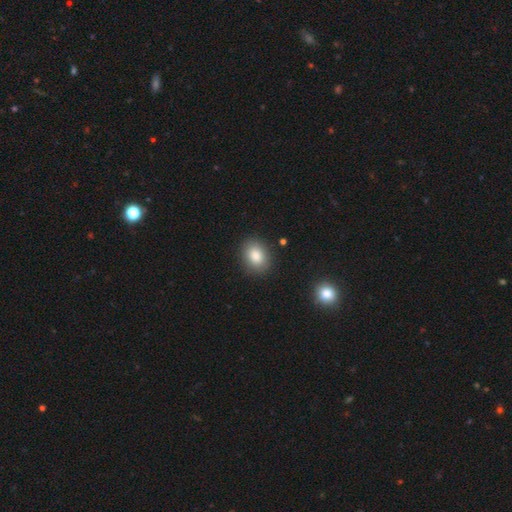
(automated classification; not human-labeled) This is clearly a smooth galaxy (85%). How rounded: likely in between (64%). Merging: clearly none (87%).